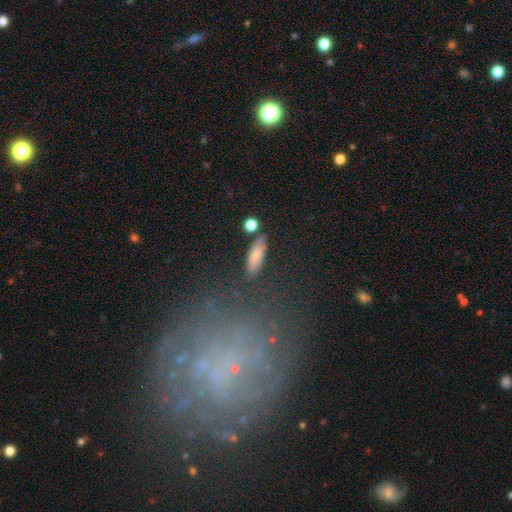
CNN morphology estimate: smooth 78%, featured or disk 14%, star or artifact 8%. Down the decision tree: how rounded — in between (59%); merging — none (76%).